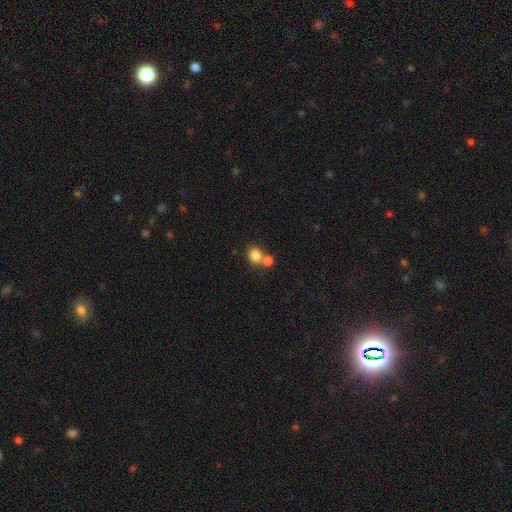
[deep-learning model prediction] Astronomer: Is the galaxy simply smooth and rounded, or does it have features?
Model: smooth — 82%.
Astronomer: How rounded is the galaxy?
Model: round — 68%.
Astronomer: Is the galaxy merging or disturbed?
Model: none — 49% (runner-up: merger, 40%).